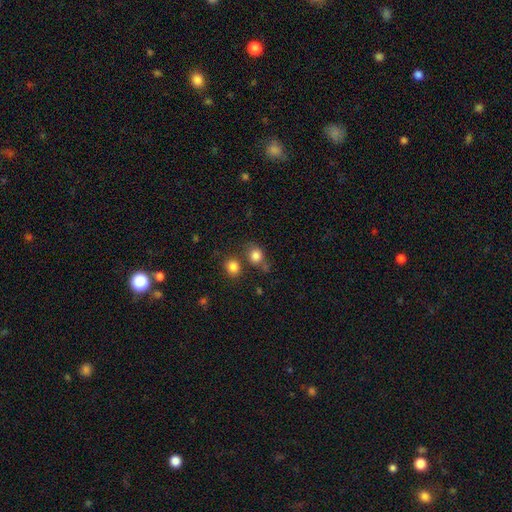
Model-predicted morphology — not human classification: Smooth or featured? smooth (82%)
How rounded? round (71%)
Merging? none (61%)